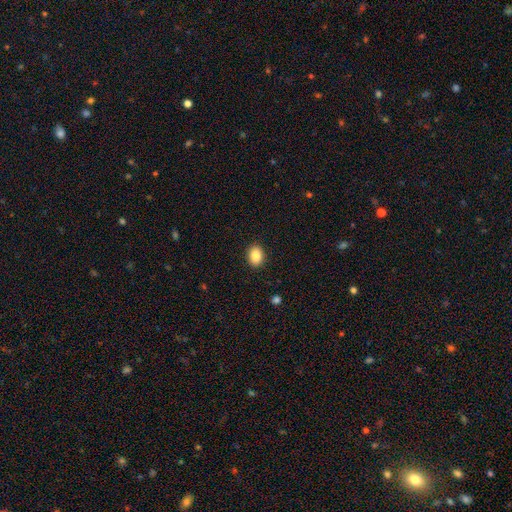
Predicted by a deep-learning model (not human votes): Smooth or featured?
  - smooth: 86% *
  - star or artifact: 8%
  - featured or disk: 6%
How rounded?
  - in between: 68% *
  - round: 31%
  - cigar-shaped: 1%
Merging?
  - none: 90% *
  - minor disturbance: 7%
  - major disturbance: 2%
  - merger: 1%